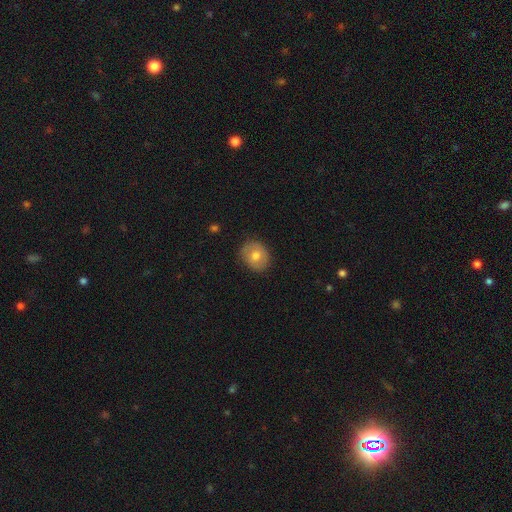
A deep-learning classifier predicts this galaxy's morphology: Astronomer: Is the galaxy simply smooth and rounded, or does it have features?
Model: smooth — 68%.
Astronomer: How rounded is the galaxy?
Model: round — 63%.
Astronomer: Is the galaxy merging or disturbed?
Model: none — 84%.